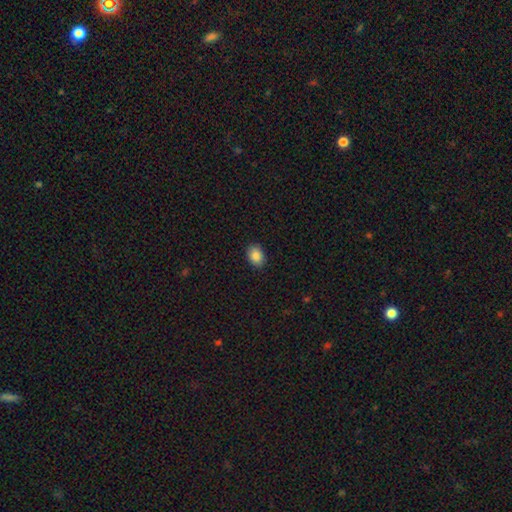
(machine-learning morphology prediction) smooth 87%, star or artifact 8%, featured or disk 5%. Down the decision tree: how rounded — in between (72%); merging — none (89%).